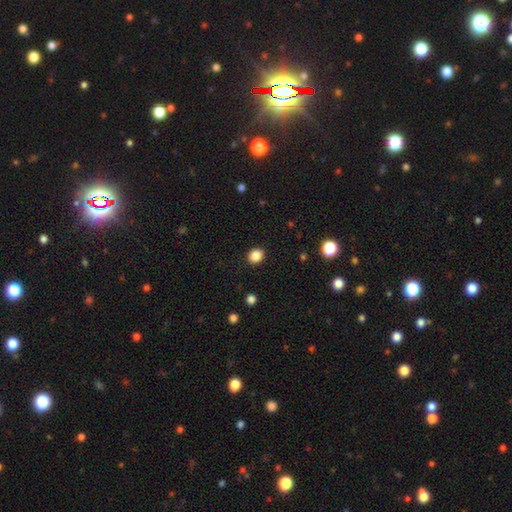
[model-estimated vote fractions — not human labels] Smooth or featured? Predicted: smooth (p=0.87). How rounded? Predicted: round (p=0.72). Merging? Predicted: none (p=0.91).